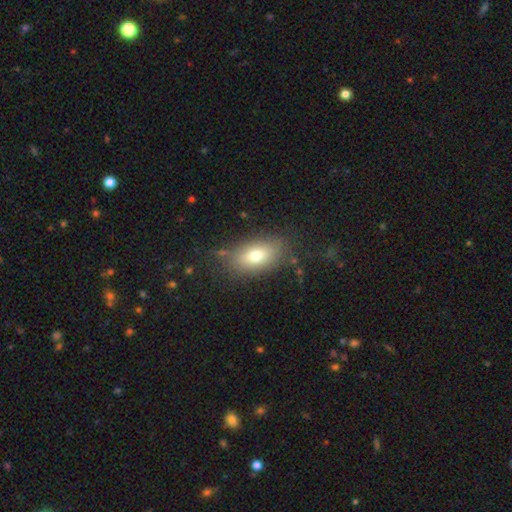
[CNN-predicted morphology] Smooth or featured? Predicted: smooth (p=0.73). How rounded? Predicted: in between (p=0.86). Merging? Predicted: none (p=0.77).